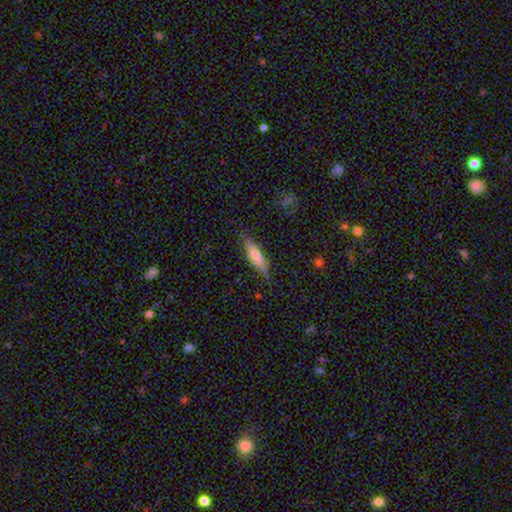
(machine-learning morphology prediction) This appears to be a smooth galaxy with no disk features (57%) that is cigar-shaped (74%). Merging: none (84%).